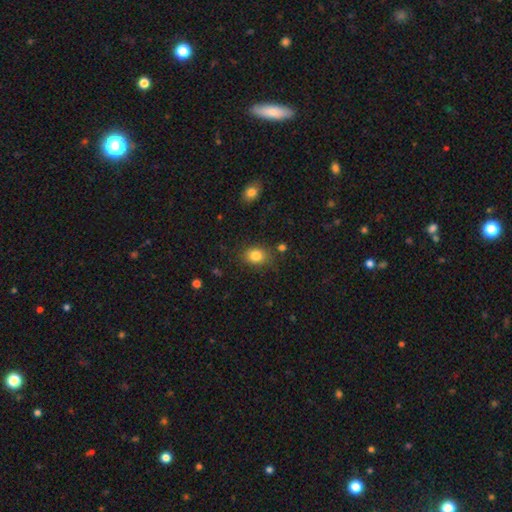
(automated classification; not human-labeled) Overall: smooth (83%). How rounded: in between (51%; round 48%). Merging: none (79%).